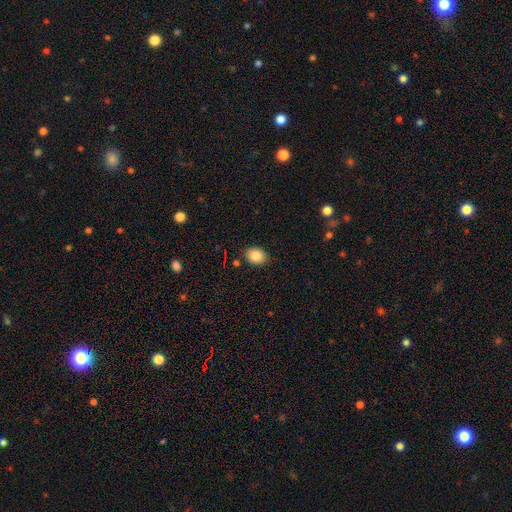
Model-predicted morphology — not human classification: Smooth or featured? Predicted: smooth (p=0.84). How rounded? Predicted: in between (p=0.50, tied with round). Merging? Predicted: none (p=0.87).